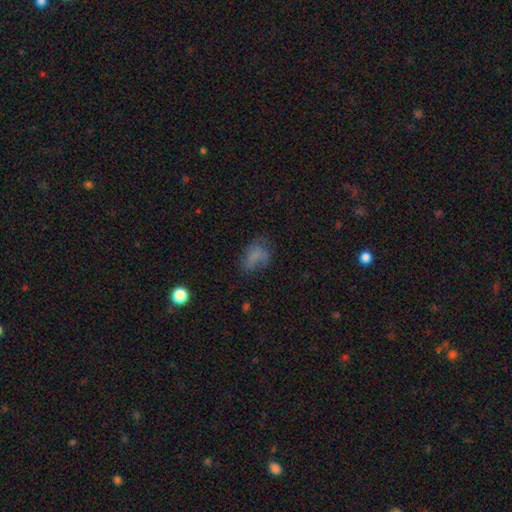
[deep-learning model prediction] This is likely a smooth galaxy (61%). How rounded: likely in between (77%). Merging: marginally none (42%).